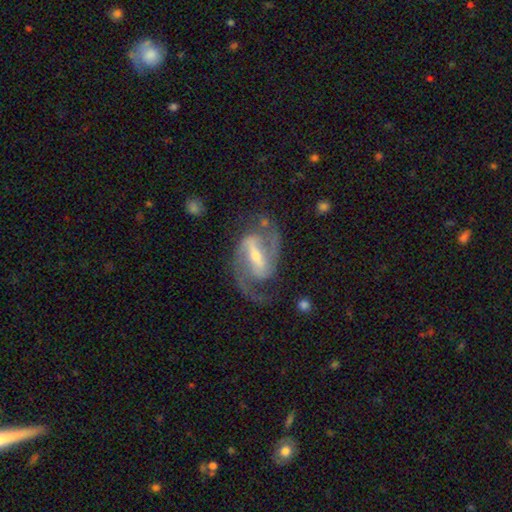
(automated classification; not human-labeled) Smooth or featured? Predicted: featured or disk (p=0.91). Edge-on disk? Predicted: no (p=0.97). Bar? Predicted: strong (p=0.66). Spiral arms? Predicted: yes (p=0.97). Spiral winding? Predicted: medium (p=0.60). Spiral arm count? Predicted: 2 (p=0.92). Bulge size? Predicted: small (p=0.49). Merging? Predicted: none (p=0.73).